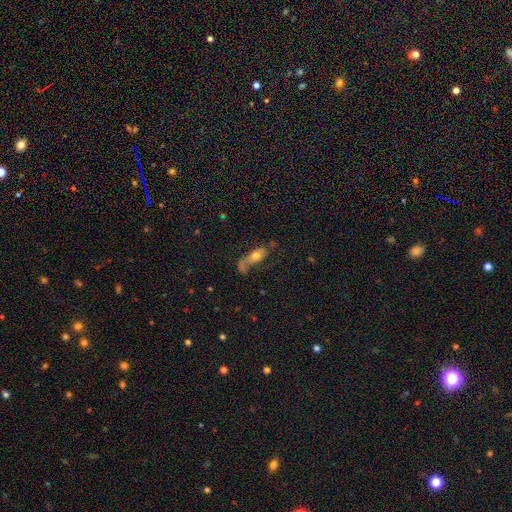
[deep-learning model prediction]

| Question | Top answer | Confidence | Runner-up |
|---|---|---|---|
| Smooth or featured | smooth | 56% | featured or disk (35%) |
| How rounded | in between | 72% | cigar-shaped (21%) |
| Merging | major disturbance | 32% | none (31%) |